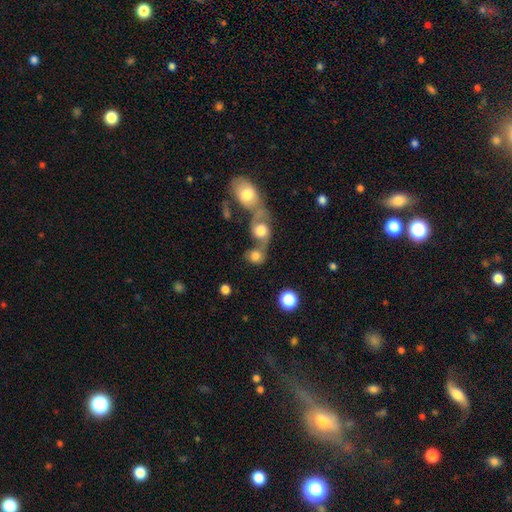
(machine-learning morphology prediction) smooth_or_featured: smooth (p=0.69) [alt: featured or disk p=0.21]
how_rounded: round (p=0.68) [alt: in between p=0.30]
merging: merger (p=0.63) [alt: none p=0.22]